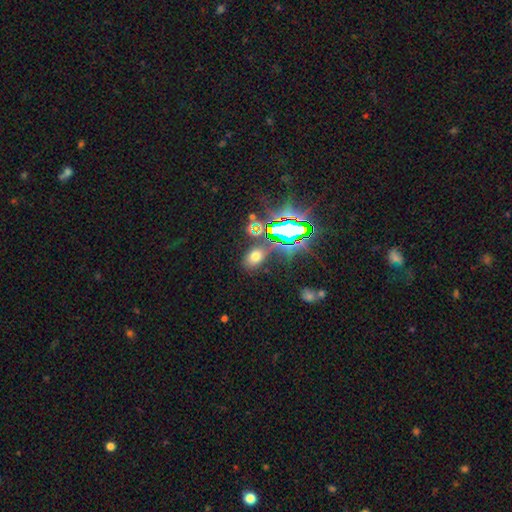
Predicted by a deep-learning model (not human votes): Overall: smooth (58%; star or artifact 33%). How rounded: in between (78%). Merging: none (77%).